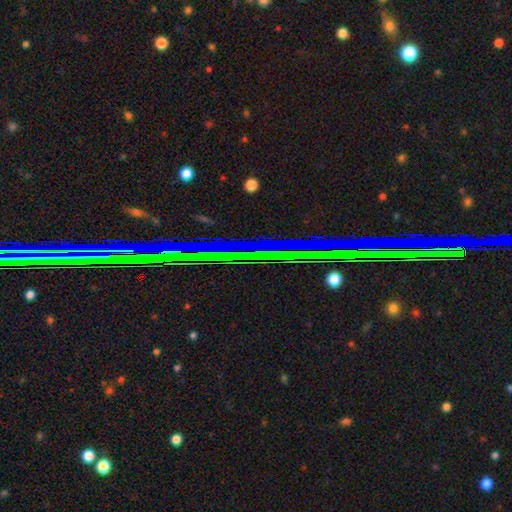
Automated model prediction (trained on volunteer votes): smooth_or_featured: star or artifact (p=0.77) [alt: featured or disk p=0.13]